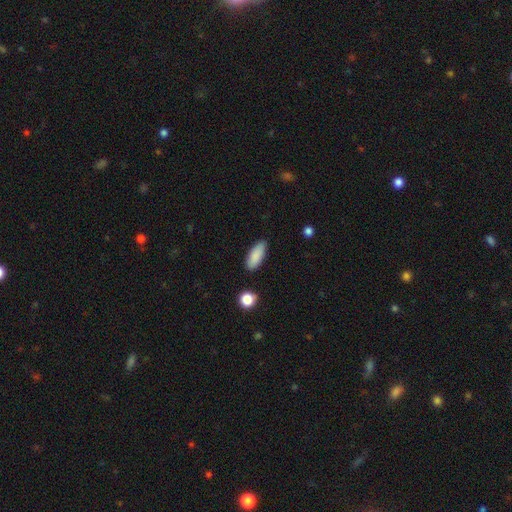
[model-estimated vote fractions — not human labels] Q: Smooth or featured?
A: smooth (88%); runner-up: star or artifact (7%)
Q: How rounded?
A: in between (78%); runner-up: cigar-shaped (20%)
Q: Merging?
A: none (85%); runner-up: minor disturbance (11%)